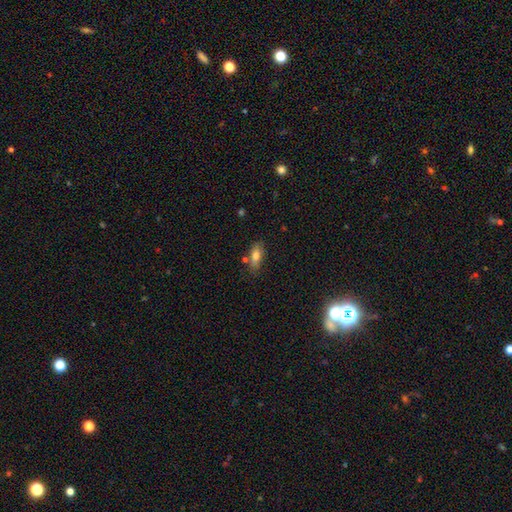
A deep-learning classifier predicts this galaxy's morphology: Smooth or featured?
  - smooth: 76% *
  - featured or disk: 16%
  - star or artifact: 8%
How rounded?
  - in between: 79% *
  - cigar-shaped: 17%
  - round: 4%
Merging?
  - none: 68% *
  - minor disturbance: 19%
  - merger: 9%
  - major disturbance: 5%